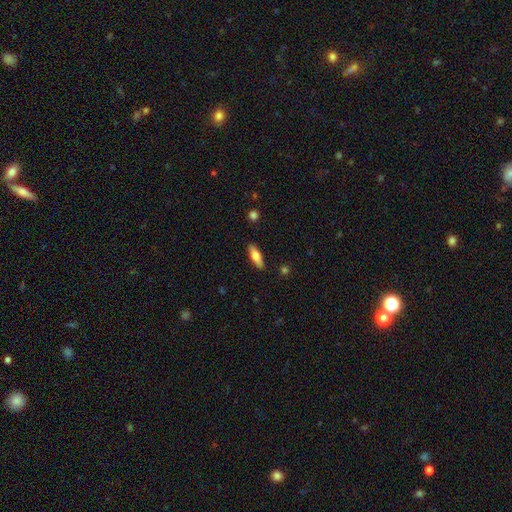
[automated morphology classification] Smooth or featured? smooth (64%)
How rounded? cigar-shaped (50%)
Merging? none (88%)